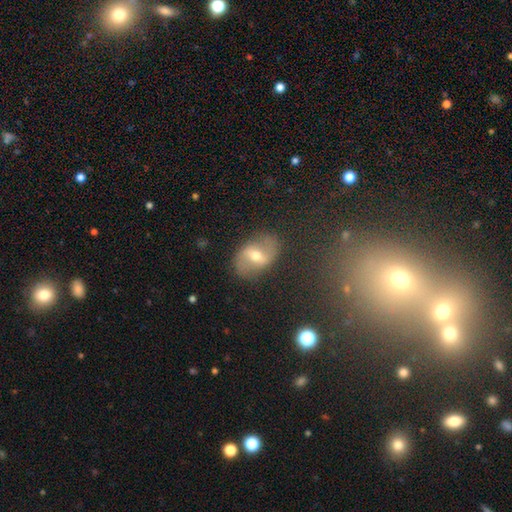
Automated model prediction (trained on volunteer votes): A featured or disk galaxy (68%) with a weak bar (43%), spiral arms (73%) and a moderate central bulge (66%). Merging: none (81%).